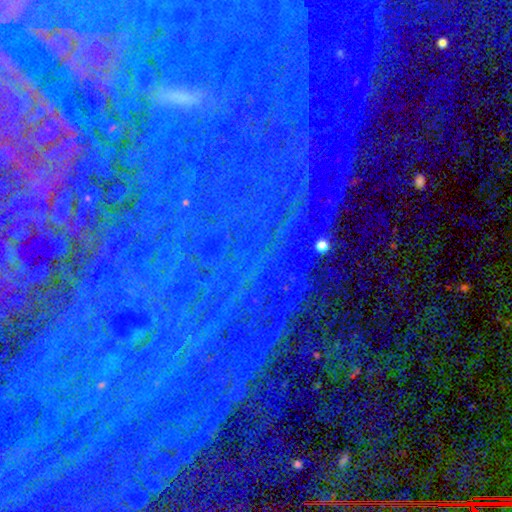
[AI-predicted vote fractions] Morphology: type=star or artifact (79%).